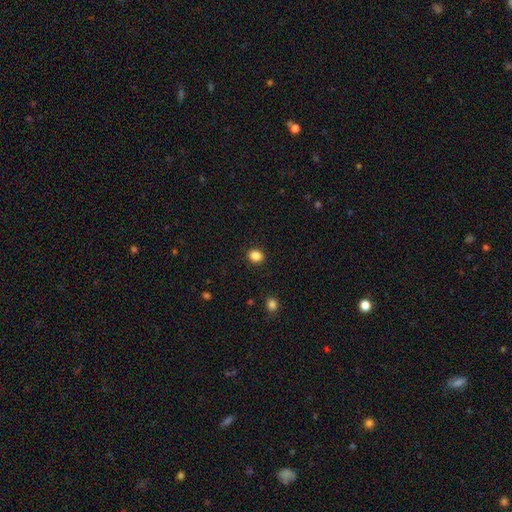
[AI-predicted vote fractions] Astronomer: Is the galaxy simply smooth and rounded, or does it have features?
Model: smooth — 86%.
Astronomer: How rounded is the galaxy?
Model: round — 60% (runner-up: in between, 39%).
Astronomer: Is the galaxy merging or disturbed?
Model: none — 91%.